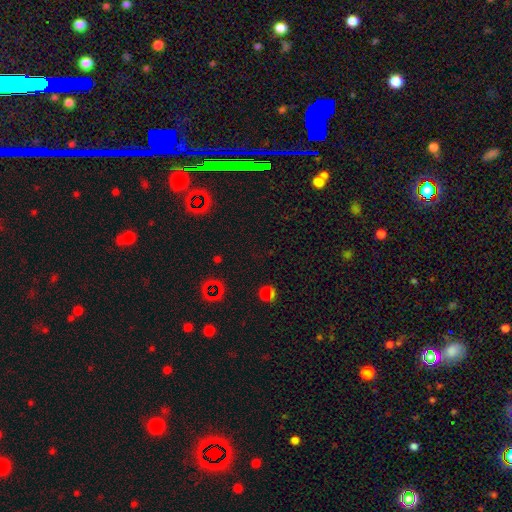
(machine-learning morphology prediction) Q: Smooth or featured?
A: star or artifact (58%); runner-up: smooth (32%)